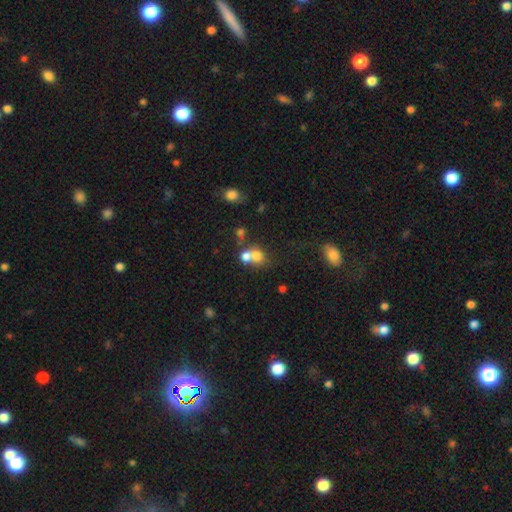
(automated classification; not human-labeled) Morphology: type=smooth (72%); roundness=round (72%); merging=merger (54%).